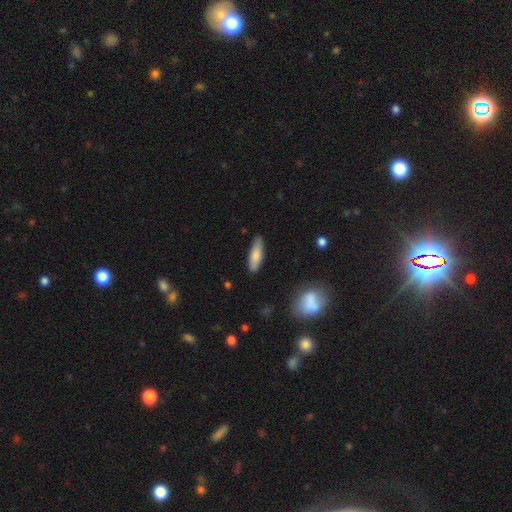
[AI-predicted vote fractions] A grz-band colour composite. It shows a smooth galaxy with no disk features (78%) that is cigar-shaped (57%). Merging: none (86%).